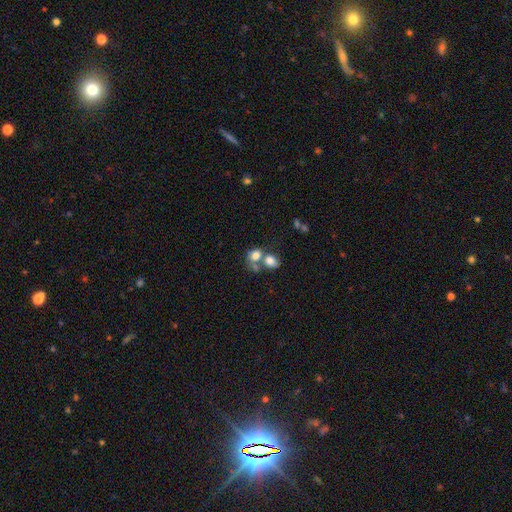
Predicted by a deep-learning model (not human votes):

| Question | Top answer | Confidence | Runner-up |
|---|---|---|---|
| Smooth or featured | smooth | 75% | featured or disk (13%) |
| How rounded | round | 55% | in between (44%) |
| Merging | merger | 52% | none (32%) |